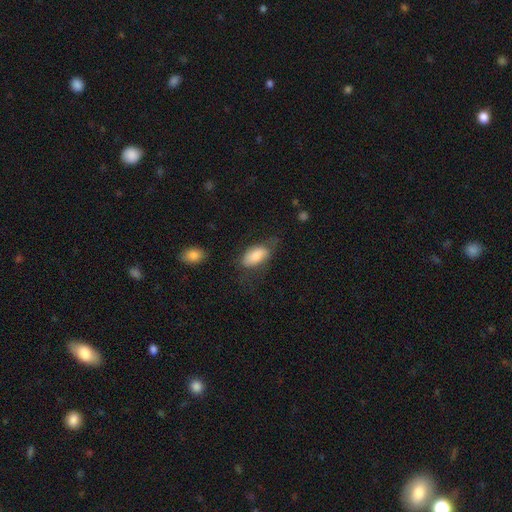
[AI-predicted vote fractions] Smooth or featured? Predicted: smooth (p=0.77). How rounded? Predicted: in between (p=0.91). Merging? Predicted: none (p=0.51).